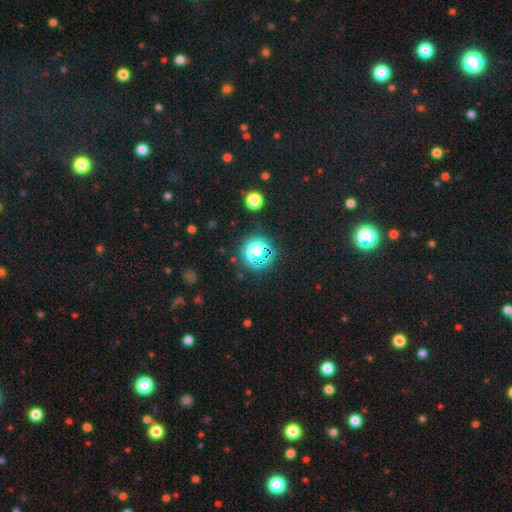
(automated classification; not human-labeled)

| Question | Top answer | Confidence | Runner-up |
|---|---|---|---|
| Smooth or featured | star or artifact | 63% | smooth (28%) |